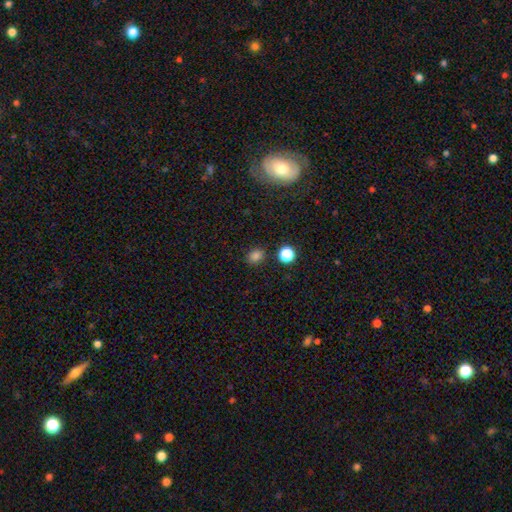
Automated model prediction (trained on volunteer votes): Morphology: type=smooth (80%); roundness=round (56%); merging=none (85%).